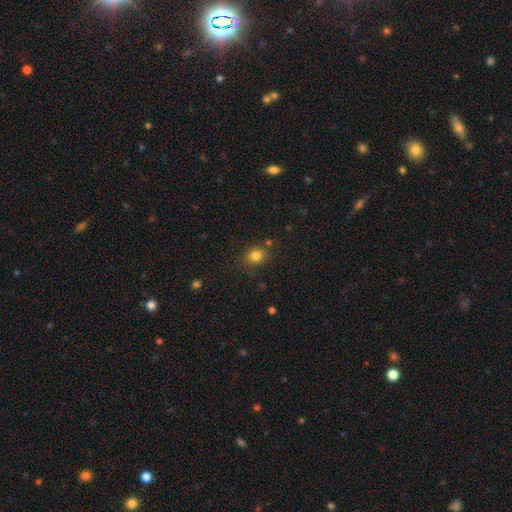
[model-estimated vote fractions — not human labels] This appears to be a smooth galaxy with no disk features (81%) that is round (65%). Merging: none (80%).